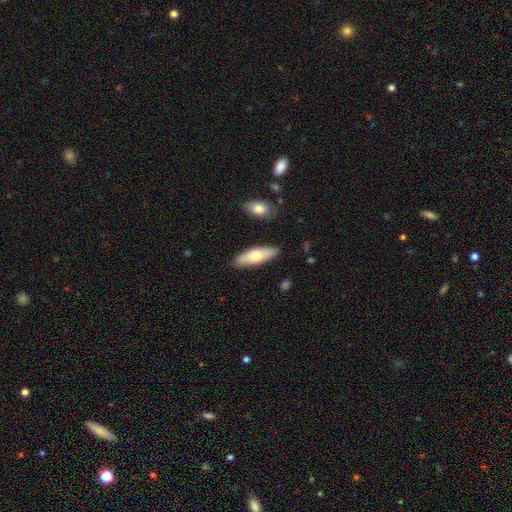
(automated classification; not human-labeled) smooth-or-featured: smooth: 67% | featured or disk: 28% | star or artifact: 6%
  how-rounded: in between: 64% | cigar-shaped: 34% | round: 2%
  merging: none: 86% | minor disturbance: 10% | merger: 2% | major disturbance: 2%